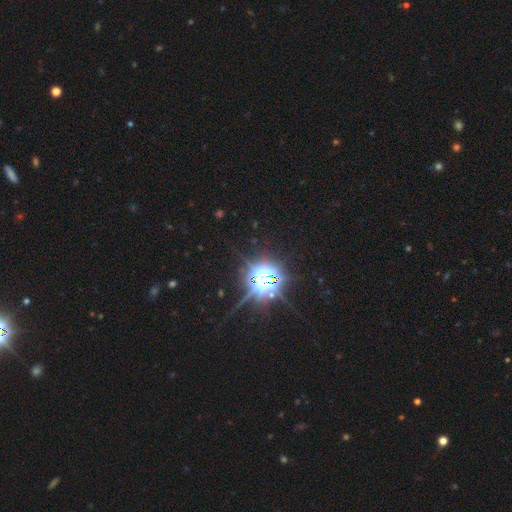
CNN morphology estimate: star or artifact 83%, smooth 12%, featured or disk 5%.